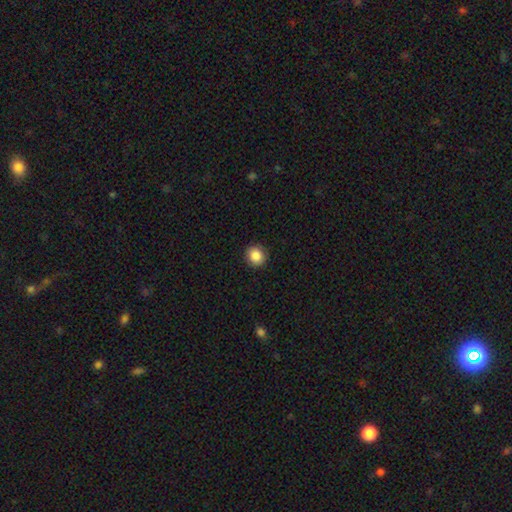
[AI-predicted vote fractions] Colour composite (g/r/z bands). It shows a smooth galaxy with no disk features (87%) that is round (89%). Merging: none (91%).